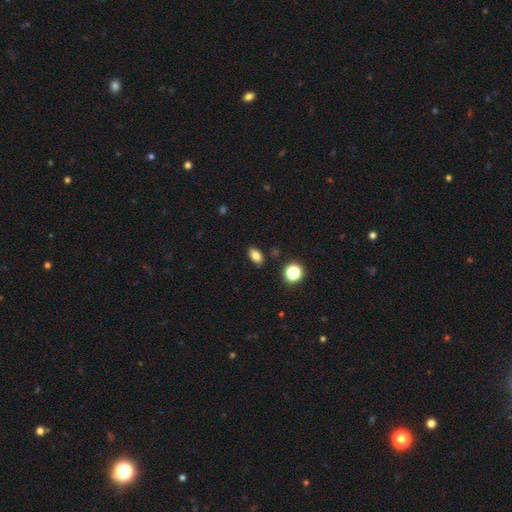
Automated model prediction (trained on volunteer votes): smooth_or_featured: smooth (p=0.82) [alt: star or artifact p=0.12]
how_rounded: in between (p=0.85) [alt: round p=0.12]
merging: none (p=0.87) [alt: minor disturbance p=0.09]